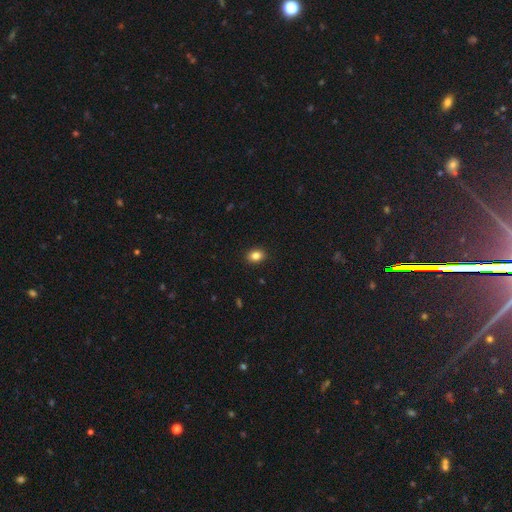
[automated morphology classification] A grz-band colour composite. It shows a smooth galaxy with no disk features (85%) that is in between round and cigar-shaped (63%). Merging: none (90%).